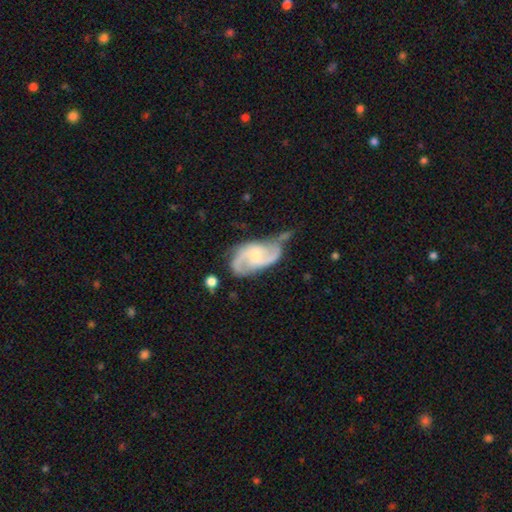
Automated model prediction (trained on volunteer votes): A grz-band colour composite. It shows a featured or disk galaxy (85%) with no bar (45%, tied with weak), 2 (85%) medium (52%) spiral arms (96%) and a moderate central bulge (48%). Merging: none (54%).